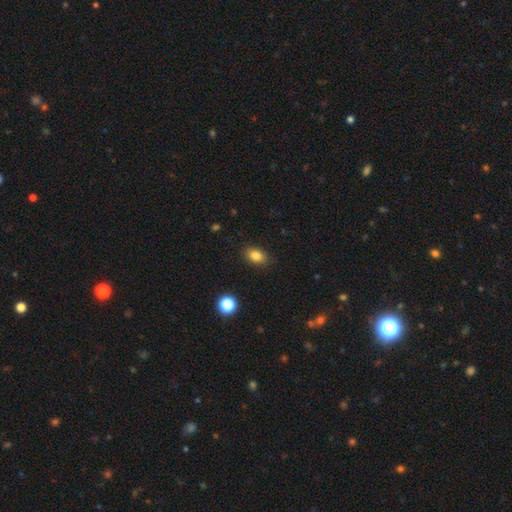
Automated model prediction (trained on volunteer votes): smooth-or-featured: smooth: 83% | star or artifact: 10% | featured or disk: 7%
  how-rounded: in between: 80% | round: 19% | cigar-shaped: 1%
  merging: none: 87% | minor disturbance: 9% | major disturbance: 2% | merger: 1%